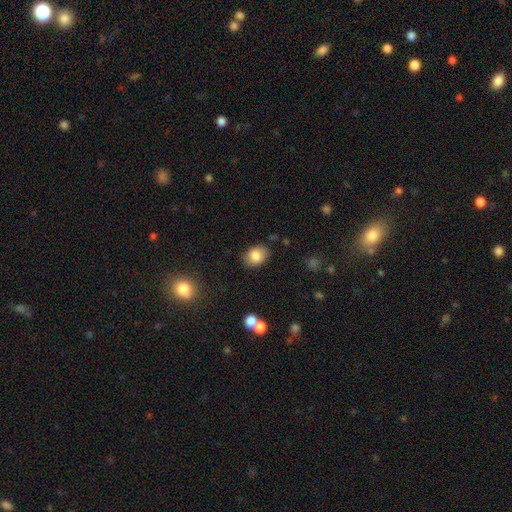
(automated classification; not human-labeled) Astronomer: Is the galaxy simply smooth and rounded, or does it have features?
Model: smooth — 82%.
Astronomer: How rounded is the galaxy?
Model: in between — 73%.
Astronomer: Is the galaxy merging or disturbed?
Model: none — 81%.